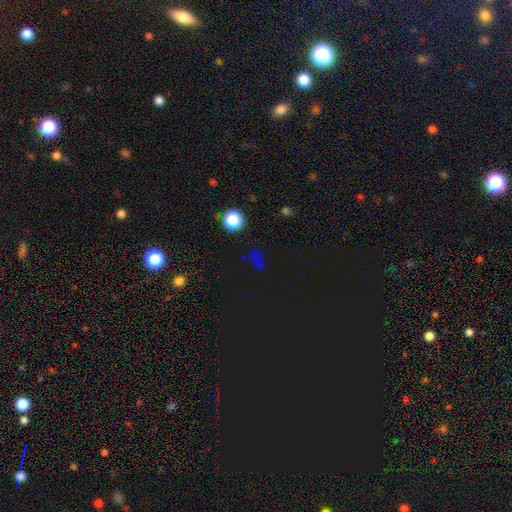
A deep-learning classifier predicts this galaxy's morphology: A star or artifact, not a galaxy (50%).

Vote fractions:
- Smooth or featured? star or artifact: 50% / smooth: 43% / featured or disk: 8%